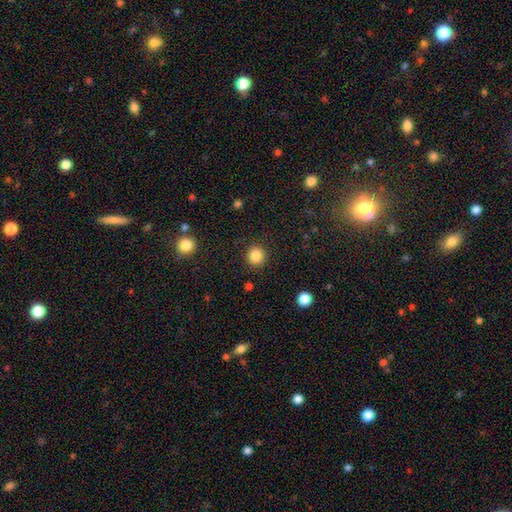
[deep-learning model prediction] smooth-or-featured: smooth: 85% | star or artifact: 11% | featured or disk: 4%
  how-rounded: round: 93% | in between: 6% | cigar-shaped: 1%
  merging: none: 91% | minor disturbance: 6% | major disturbance: 2% | merger: 1%